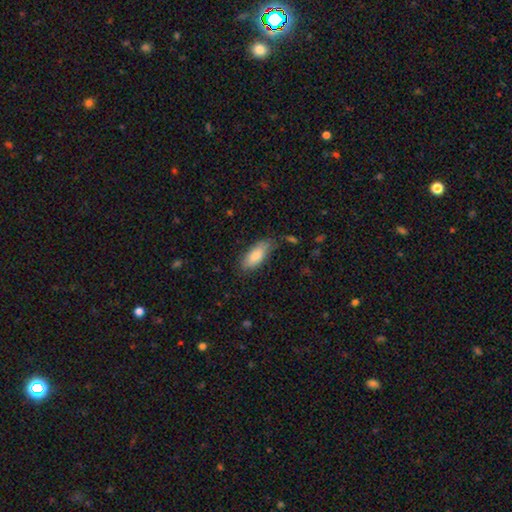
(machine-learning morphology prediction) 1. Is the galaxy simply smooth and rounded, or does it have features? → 82% smooth, 12% featured or disk, 6% star or artifact.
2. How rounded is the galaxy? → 82% in between, 16% cigar-shaped, 2% round.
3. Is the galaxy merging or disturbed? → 66% none, 25% minor disturbance, 6% major disturbance, 3% merger.